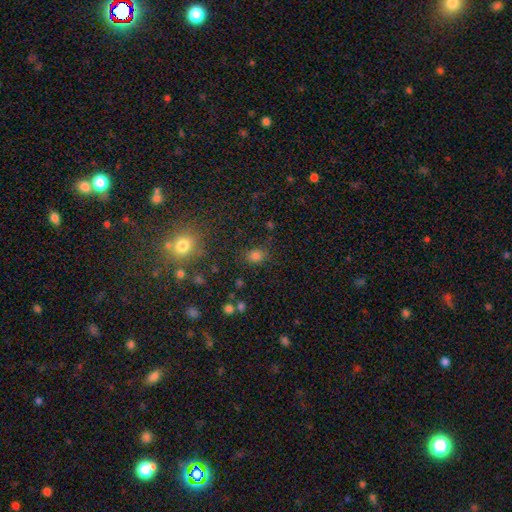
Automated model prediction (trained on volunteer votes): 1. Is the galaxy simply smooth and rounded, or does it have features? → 73% smooth, 22% star or artifact, 5% featured or disk.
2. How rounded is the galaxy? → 50% in between, 48% round, 1% cigar-shaped.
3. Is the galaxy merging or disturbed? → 81% none, 11% minor disturbance, 4% major disturbance, 4% merger.